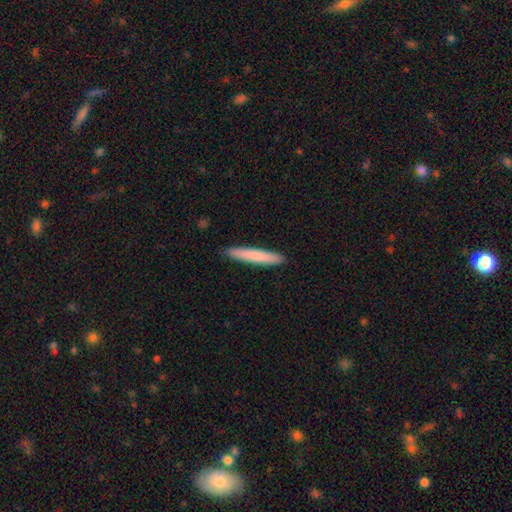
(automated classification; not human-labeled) smooth 79%, featured or disk 16%, star or artifact 5%. Down the decision tree: how rounded — cigar-shaped (94%); merging — none (91%).